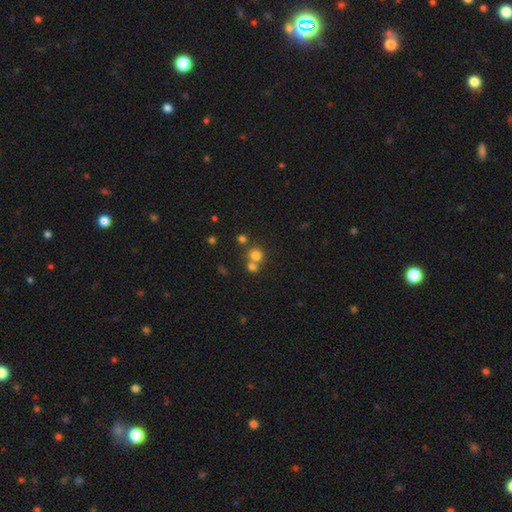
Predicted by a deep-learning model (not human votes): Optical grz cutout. It shows a smooth galaxy with no disk features (74%) that is round (87%). Merging: none (51%).